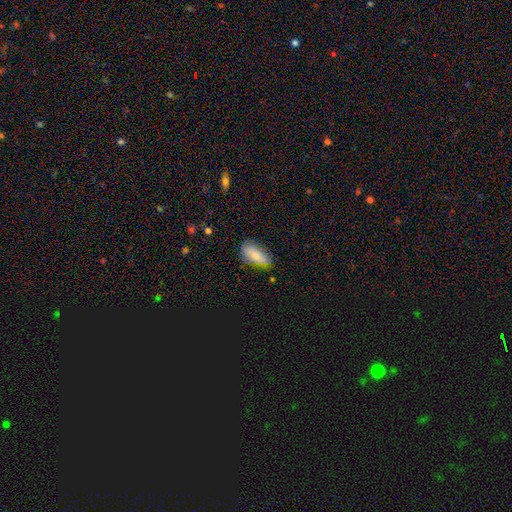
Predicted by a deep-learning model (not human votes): This is likely a smooth galaxy (74%). How rounded: clearly in between (88%). Merging: likely none (63%).